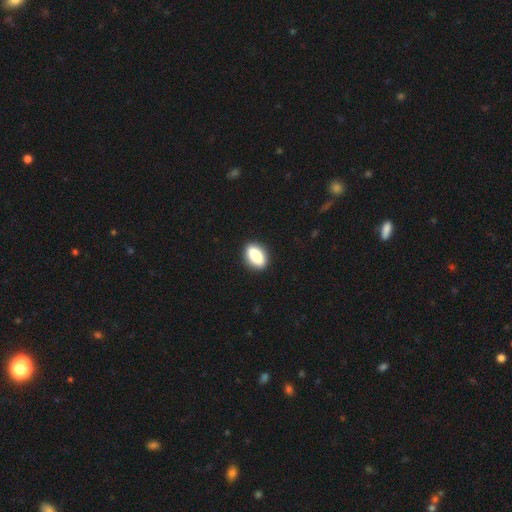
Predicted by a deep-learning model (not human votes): A smooth galaxy with no disk features (85%) that is in between round and cigar-shaped (87%). Merging: none (90%).